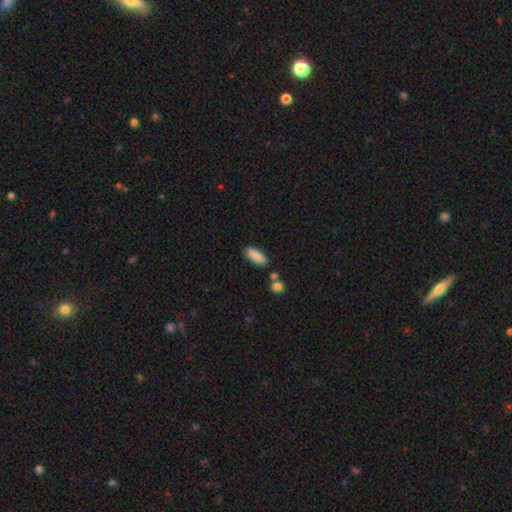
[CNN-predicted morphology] Smooth or featured? Predicted: smooth (p=0.87). How rounded? Predicted: in between (p=0.72). Merging? Predicted: none (p=0.81).